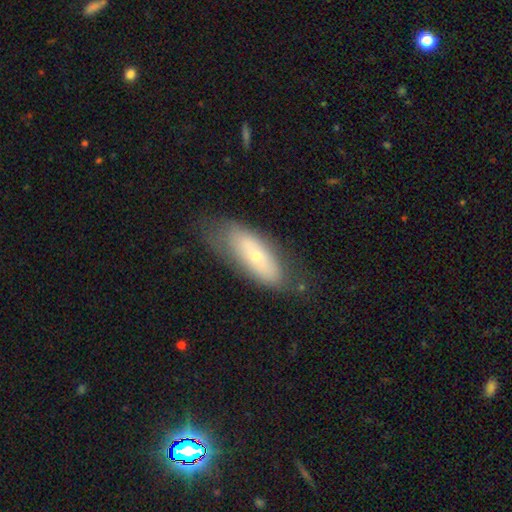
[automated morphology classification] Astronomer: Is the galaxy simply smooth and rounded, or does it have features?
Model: smooth — 55% (runner-up: featured or disk, 37%).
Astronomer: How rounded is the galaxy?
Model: in between — 66%.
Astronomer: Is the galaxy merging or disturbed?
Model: none — 63%.